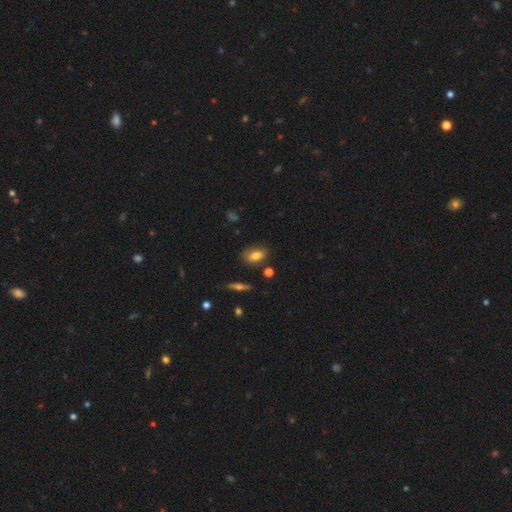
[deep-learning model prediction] Morphology: type=smooth (80%); roundness=in between (85%); merging=none (77%).